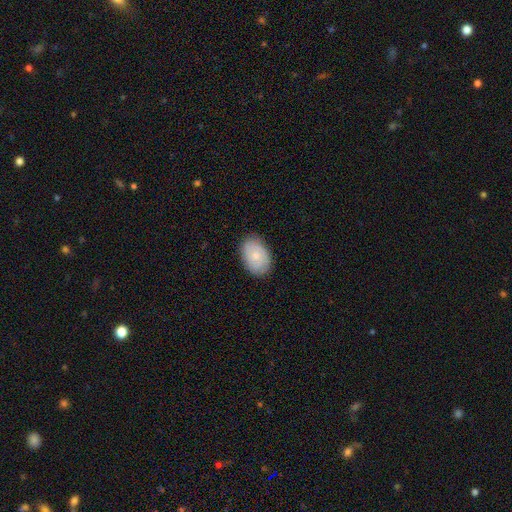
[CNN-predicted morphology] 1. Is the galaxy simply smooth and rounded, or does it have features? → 62% smooth, 31% featured or disk, 7% star or artifact.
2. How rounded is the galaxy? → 85% in between, 14% round, 1% cigar-shaped.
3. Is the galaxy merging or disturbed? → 83% none, 14% minor disturbance, 3% major disturbance, 1% merger.